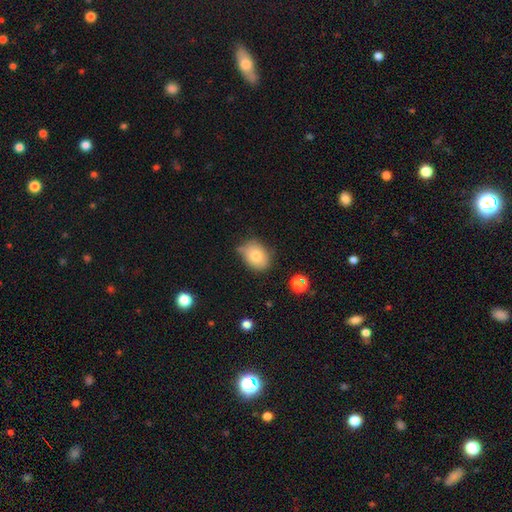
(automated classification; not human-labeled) smooth_or_featured: smooth (p=0.79) [alt: featured or disk p=0.12]
how_rounded: in between (p=0.65) [alt: round p=0.34]
merging: none (p=0.68) [alt: minor disturbance p=0.24]